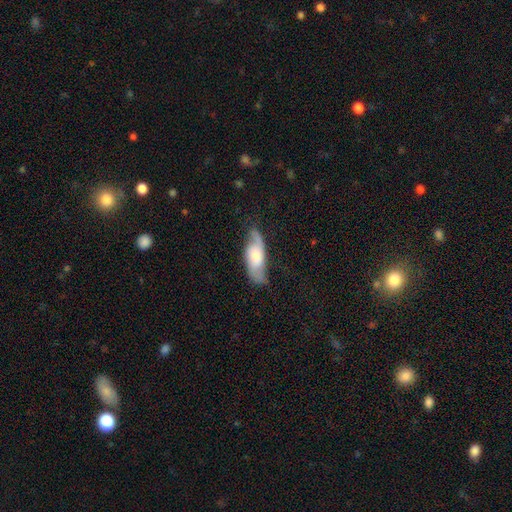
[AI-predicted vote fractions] Smooth or featured?
  - featured or disk: 60% *
  - smooth: 34%
  - star or artifact: 6%
Edge-on disk?
  - no: 84% *
  - yes: 16%
Merging?
  - none: 65% *
  - minor disturbance: 24%
  - major disturbance: 10%
  - merger: 2%